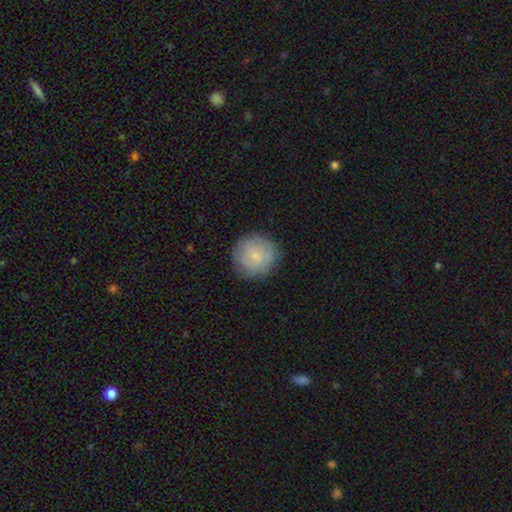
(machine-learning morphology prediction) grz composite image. It shows a smooth galaxy with no disk features (71%) that is round (92%). Merging: none (83%).